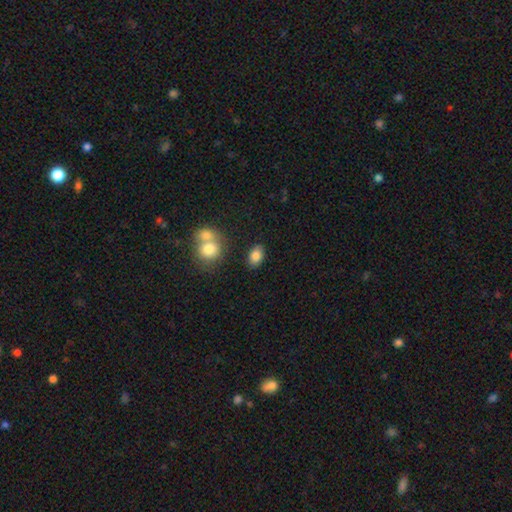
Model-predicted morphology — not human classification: Q: Smooth or featured?
A: smooth (83%); runner-up: star or artifact (9%)
Q: How rounded?
A: in between (86%); runner-up: round (13%)
Q: Merging?
A: none (80%); runner-up: minor disturbance (10%)